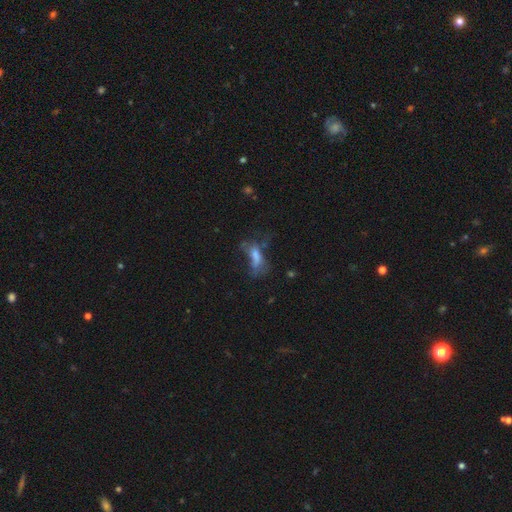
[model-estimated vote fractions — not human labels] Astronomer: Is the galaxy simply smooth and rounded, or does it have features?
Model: smooth — 43% (runner-up: featured or disk, 38%).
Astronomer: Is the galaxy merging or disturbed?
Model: major disturbance — 43% (runner-up: none, 31%).